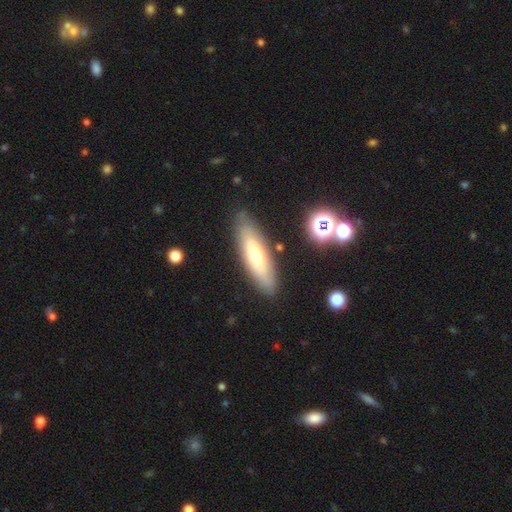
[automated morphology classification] Overall: smooth (57%; featured or disk 36%). How rounded: cigar-shaped (58%; in between 40%). Merging: none (83%).